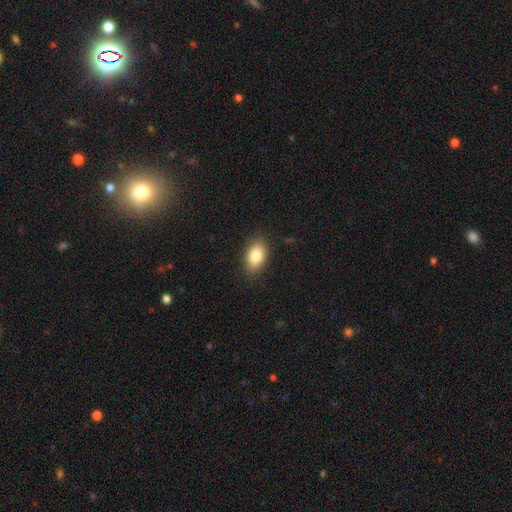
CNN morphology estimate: Smooth or featured?
  - smooth: 85% *
  - featured or disk: 8%
  - star or artifact: 7%
How rounded?
  - in between: 90% *
  - round: 8%
  - cigar-shaped: 2%
Merging?
  - none: 87% *
  - minor disturbance: 10%
  - major disturbance: 3%
  - merger: 1%